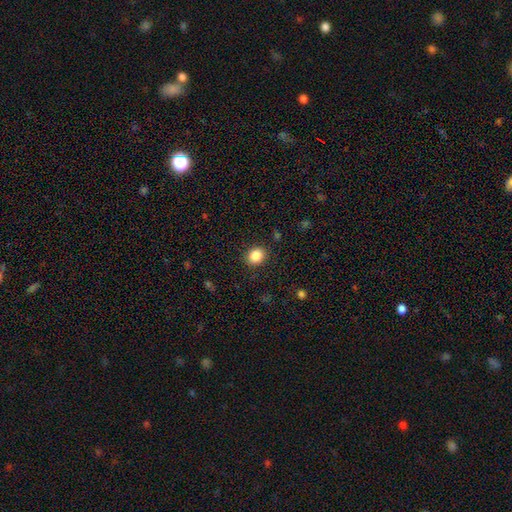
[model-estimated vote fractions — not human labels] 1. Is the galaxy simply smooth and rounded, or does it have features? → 86% smooth, 10% star or artifact, 5% featured or disk.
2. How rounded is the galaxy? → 61% round, 38% in between, 1% cigar-shaped.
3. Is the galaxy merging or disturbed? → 90% none, 7% minor disturbance, 2% major disturbance, 1% merger.